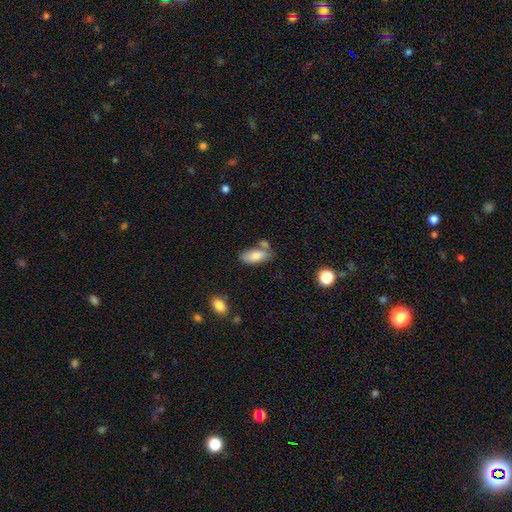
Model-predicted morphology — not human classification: A smooth galaxy with no disk features (83%) that is in between round and cigar-shaped (86%).

Vote fractions:
- Smooth or featured? smooth: 83% / featured or disk: 10% / star or artifact: 7%
- How rounded? in between: 86% / cigar-shaped: 12% / round: 2%
- Merging? none: 59% / minor disturbance: 18% / merger: 18% / major disturbance: 5%